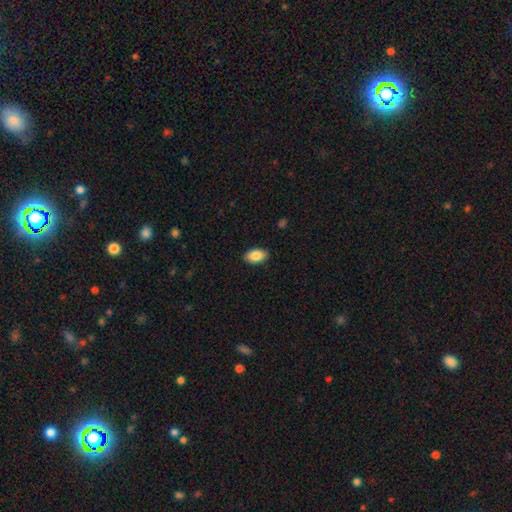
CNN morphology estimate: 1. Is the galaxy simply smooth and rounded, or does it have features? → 87% smooth, 7% star or artifact, 6% featured or disk.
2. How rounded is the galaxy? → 92% in between, 6% round, 2% cigar-shaped.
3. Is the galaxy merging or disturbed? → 88% none, 9% minor disturbance, 2% major disturbance, 1% merger.